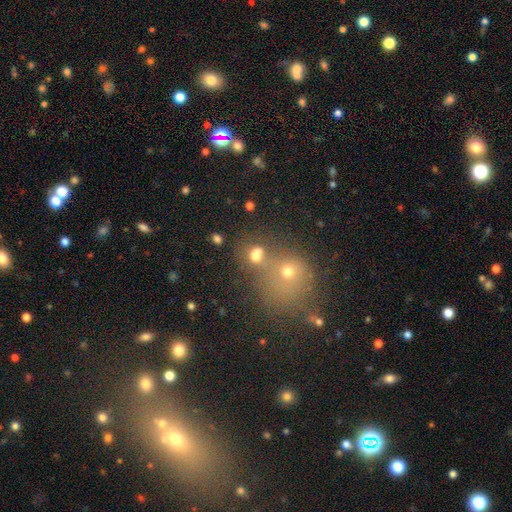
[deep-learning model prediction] This appears to be a smooth galaxy with no disk features (67%) that is round (62%). Merging: merger (45%).